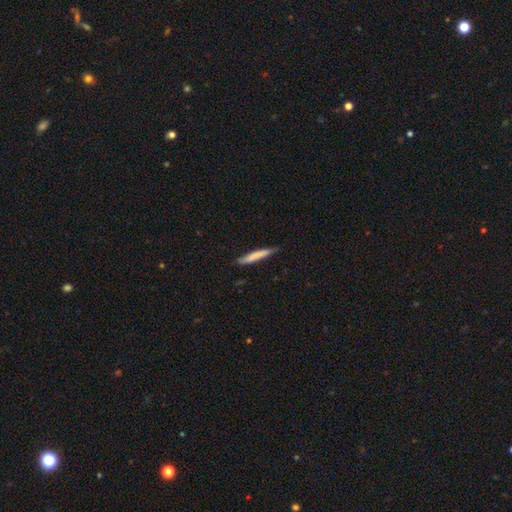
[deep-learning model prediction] Smooth or featured? Predicted: smooth (p=0.75). How rounded? Predicted: cigar-shaped (p=0.95). Merging? Predicted: none (p=0.76).